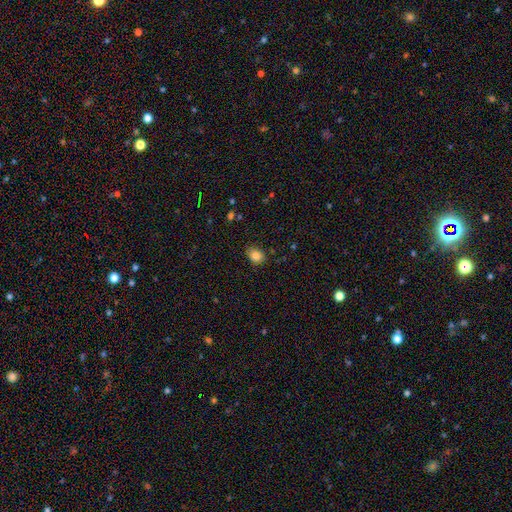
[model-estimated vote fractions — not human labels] This is clearly a smooth galaxy (84%). How rounded: possibly in between (53%). Merging: likely none (79%).